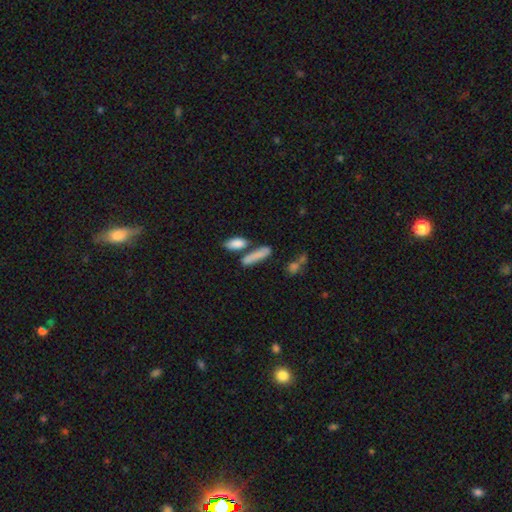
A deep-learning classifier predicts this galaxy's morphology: This is likely a smooth galaxy (78%). How rounded: likely cigar-shaped (63%). Merging: possibly none (56%).